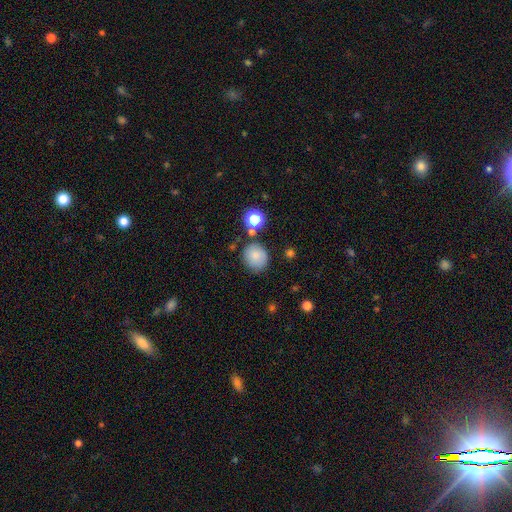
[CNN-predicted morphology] Smooth or featured: smooth — 80% (star or artifact — 11%)
How rounded: round — 79% (in between — 20%)
Merging: none — 75% (minor disturbance — 15%)